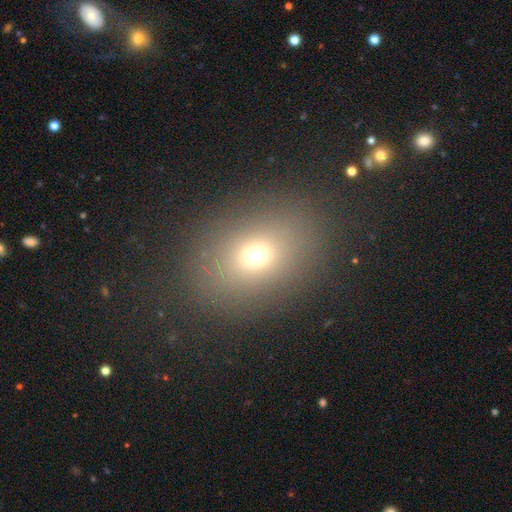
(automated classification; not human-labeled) Morphology: type=smooth (68%); roundness=in between (59%); merging=none (84%).